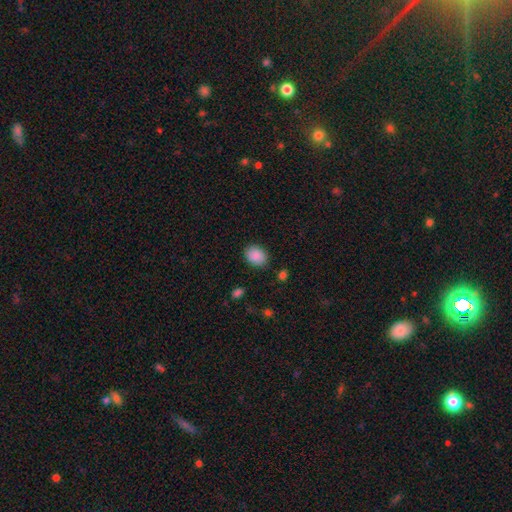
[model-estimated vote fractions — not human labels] A smooth galaxy with no disk features (89%) that is in between round and cigar-shaped (61%). Merging: none (86%).